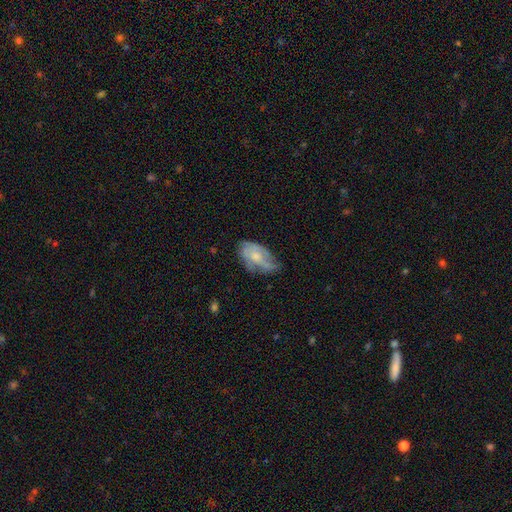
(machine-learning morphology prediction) This is possibly a featured or disk galaxy (54%). It is clearly not viewed edge-on (94%). Bar: likely no (75%). Spiral arm pattern: likely yes (65%). Central bulge: possibly moderate (49%). Merging: possibly none (48%).